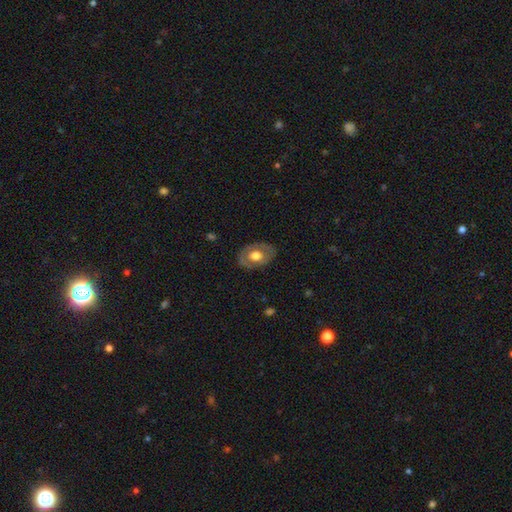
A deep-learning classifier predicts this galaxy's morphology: Smooth or featured: smooth — 50% (featured or disk — 44%)
How rounded: in between — 78% (round — 21%)
Merging: none — 79% (minor disturbance — 15%)